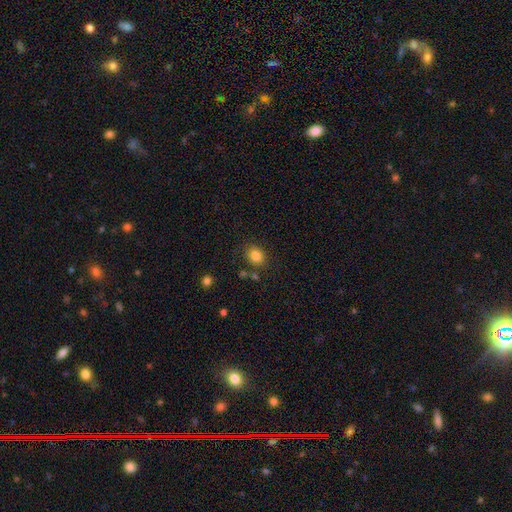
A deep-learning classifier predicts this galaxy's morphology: Overall: smooth (84%). How rounded: round (51%; in between 48%). Merging: none (75%).